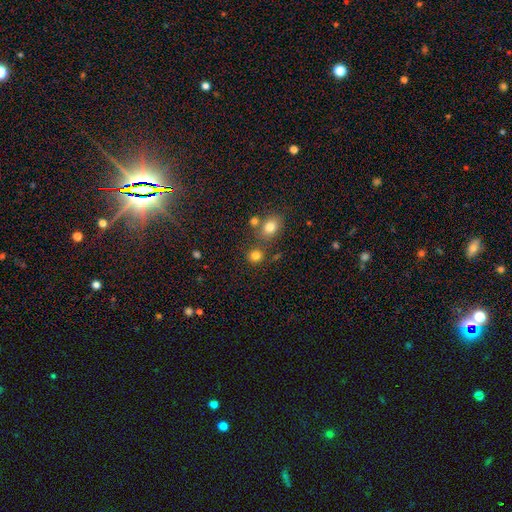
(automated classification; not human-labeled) This appears to be a smooth galaxy with no disk features (81%) that is round (82%). Merging: none (73%).